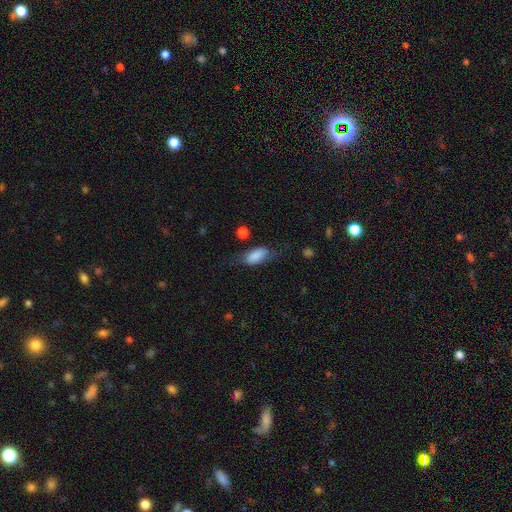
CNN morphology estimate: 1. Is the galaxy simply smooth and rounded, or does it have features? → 76% smooth, 16% featured or disk, 8% star or artifact.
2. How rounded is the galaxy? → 83% in between, 13% cigar-shaped, 4% round.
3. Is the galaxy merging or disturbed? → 51% none, 28% minor disturbance, 18% major disturbance, 3% merger.